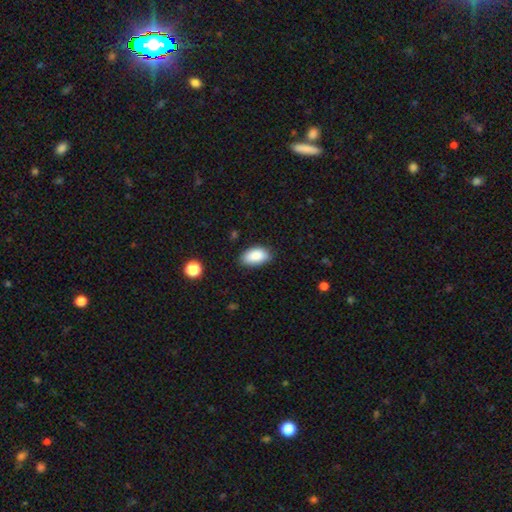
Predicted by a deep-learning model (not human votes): Smooth or featured? smooth (88%)
How rounded? in between (94%)
Merging? none (80%)